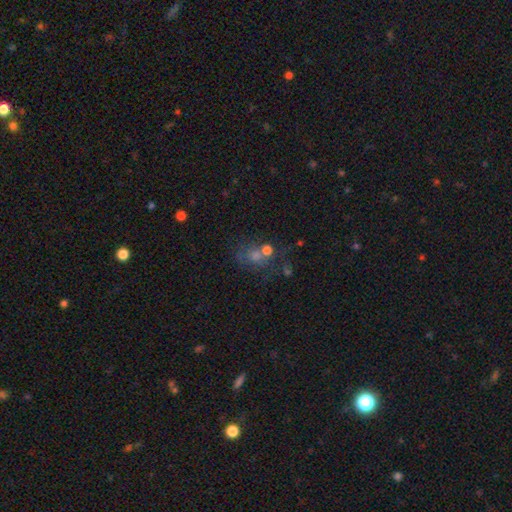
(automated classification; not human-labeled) smooth-or-featured: smooth: 44% | star or artifact: 33% | featured or disk: 23%
  merging: none: 45% | merger: 31% | minor disturbance: 12% | major disturbance: 12%